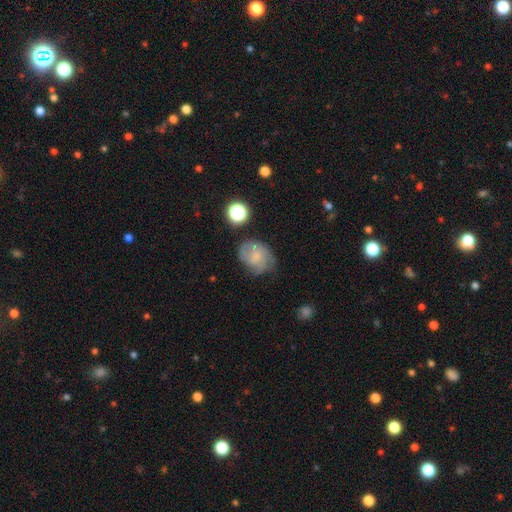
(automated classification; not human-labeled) smooth 50%, featured or disk 39%, star or artifact 12%. Down the decision tree: merging — none (50%).